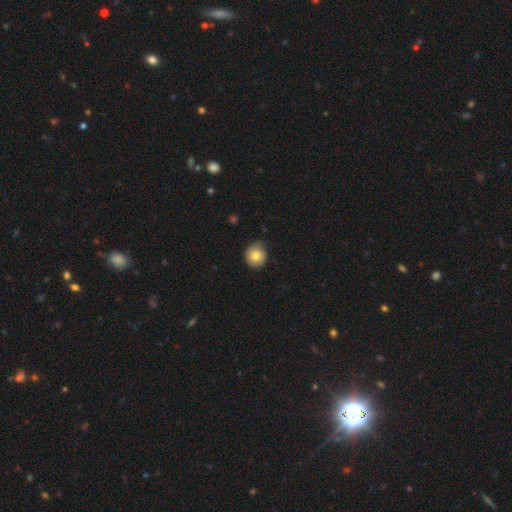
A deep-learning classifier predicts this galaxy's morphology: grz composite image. It shows a smooth galaxy with no disk features (78%) that is round (84%). Merging: none (69%).